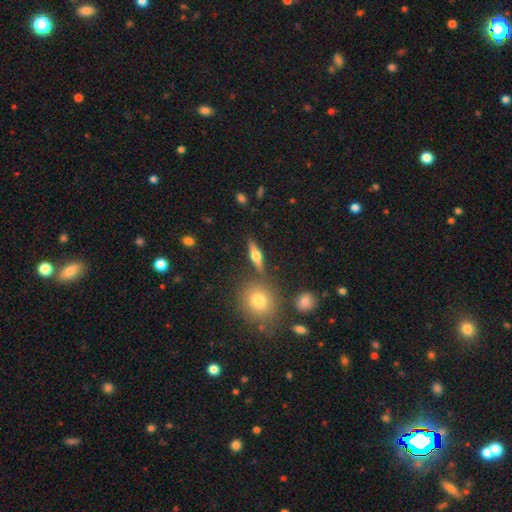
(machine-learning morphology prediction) The model was most divided on "smooth or featured": featured or disk: 58%, smooth: 33%, star or artifact: 9%. More confident: edge-on bulge — rounded (94%); edge-on disk — yes (92%); merging — none (81%).